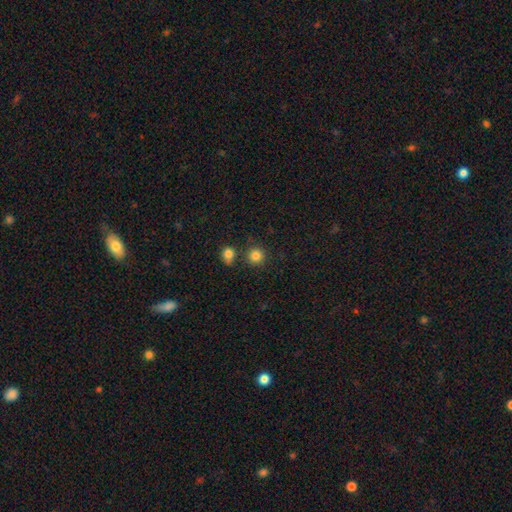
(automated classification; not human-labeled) Smooth or featured: smooth — 84% (star or artifact — 12%)
How rounded: round — 93% (in between — 6%)
Merging: none — 79% (merger — 10%)